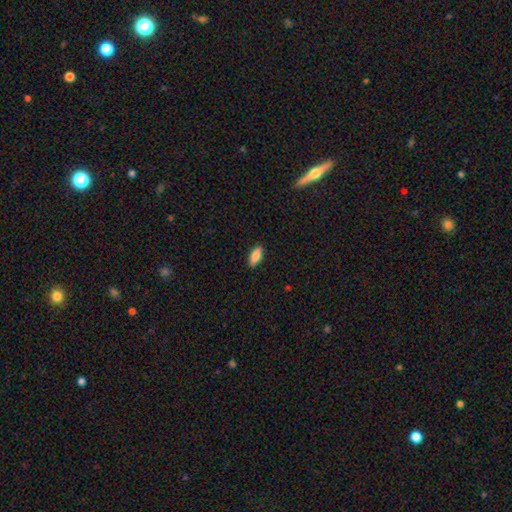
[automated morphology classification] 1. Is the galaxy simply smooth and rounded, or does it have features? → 84% smooth, 10% featured or disk, 6% star or artifact.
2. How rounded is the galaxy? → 79% in between, 19% cigar-shaped, 2% round.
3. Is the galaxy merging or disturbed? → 89% none, 8% minor disturbance, 2% major disturbance, 1% merger.